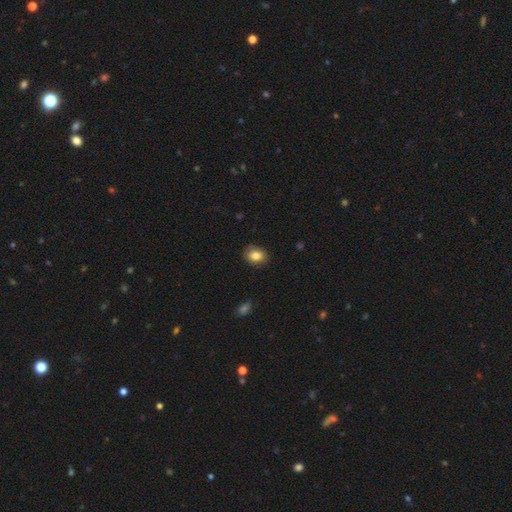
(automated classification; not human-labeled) Smooth or featured?
  - smooth: 84% *
  - star or artifact: 8%
  - featured or disk: 8%
How rounded?
  - in between: 59% *
  - round: 40%
  - cigar-shaped: 1%
Merging?
  - none: 84% *
  - minor disturbance: 13%
  - major disturbance: 2%
  - merger: 1%